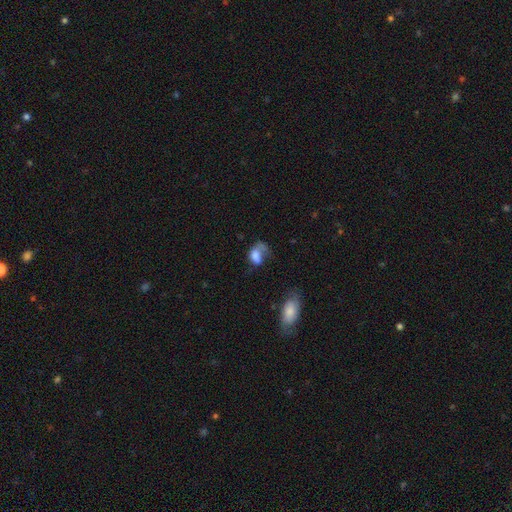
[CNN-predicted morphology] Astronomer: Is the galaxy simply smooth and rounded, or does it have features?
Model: smooth — 62%.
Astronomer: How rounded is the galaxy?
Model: in between — 79%.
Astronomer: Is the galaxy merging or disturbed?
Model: major disturbance — 48%.